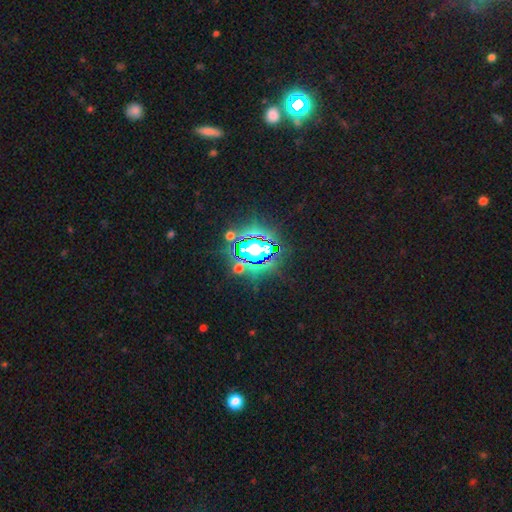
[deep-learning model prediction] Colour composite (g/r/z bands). It shows a star or artifact, not a galaxy (75%).